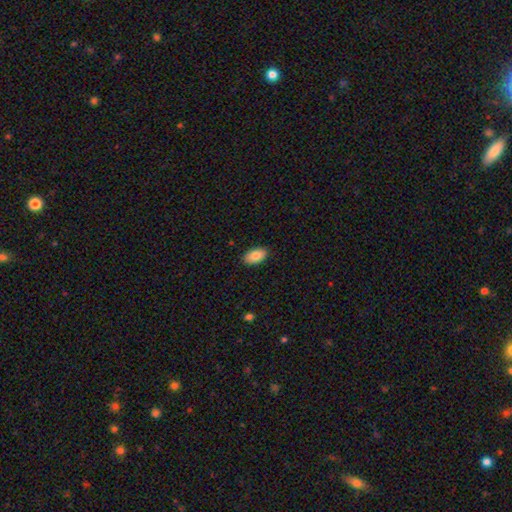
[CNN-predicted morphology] Smooth or featured?
  - smooth: 86% *
  - featured or disk: 7%
  - star or artifact: 7%
How rounded?
  - in between: 95% *
  - round: 3%
  - cigar-shaped: 2%
Merging?
  - none: 88% *
  - minor disturbance: 9%
  - major disturbance: 2%
  - merger: 1%